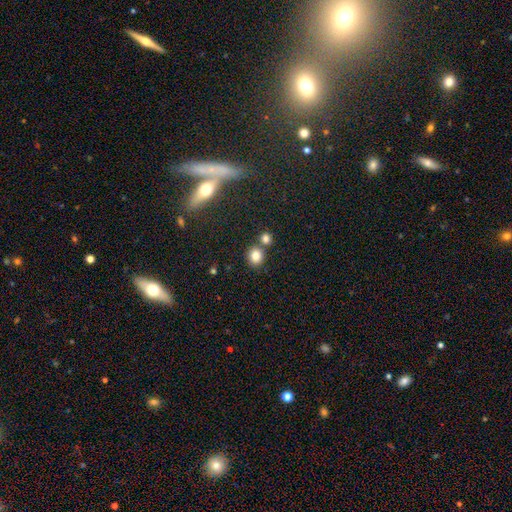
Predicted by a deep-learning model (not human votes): smooth_or_featured: smooth (p=0.82) [alt: star or artifact p=0.11]
how_rounded: round (p=0.76) [alt: in between p=0.23]
merging: none (p=0.68) [alt: merger p=0.22]